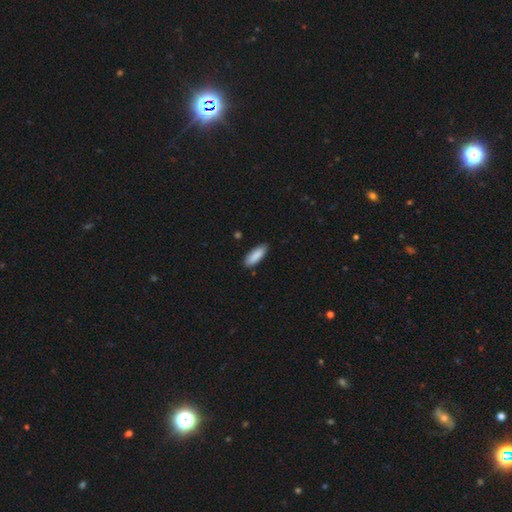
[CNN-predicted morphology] This appears to be a smooth galaxy with no disk features (89%) that is in between round and cigar-shaped (62%). Merging: none (85%).